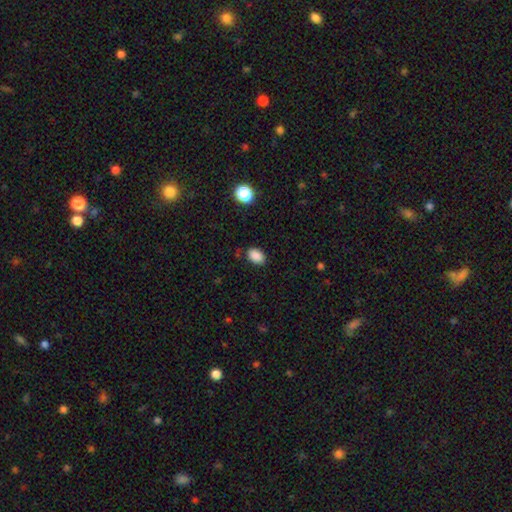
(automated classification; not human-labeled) Smooth or featured: smooth — 87% (star or artifact — 10%)
How rounded: in between — 82% (round — 17%)
Merging: none — 84% (minor disturbance — 12%)